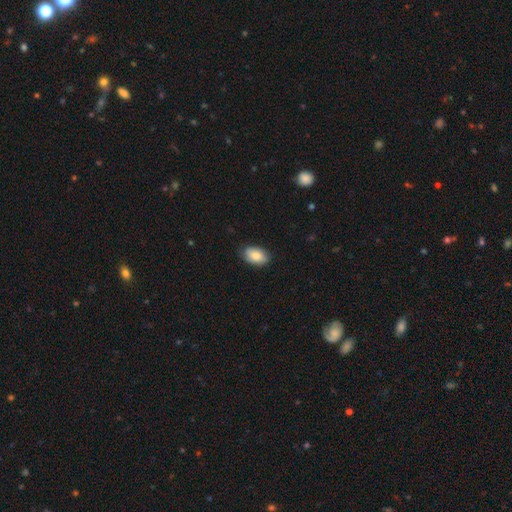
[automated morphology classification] smooth_or_featured: smooth (p=0.83) [alt: featured or disk p=0.11]
how_rounded: in between (p=0.92) [alt: round p=0.07]
merging: none (p=0.80) [alt: minor disturbance p=0.17]